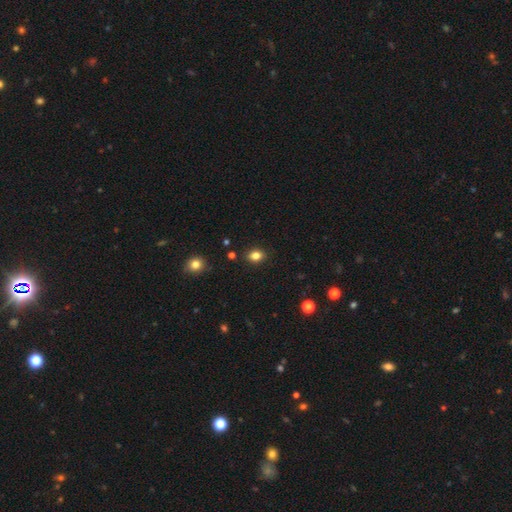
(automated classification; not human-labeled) Morphology: type=smooth (83%); roundness=in between (58%); merging=none (88%).